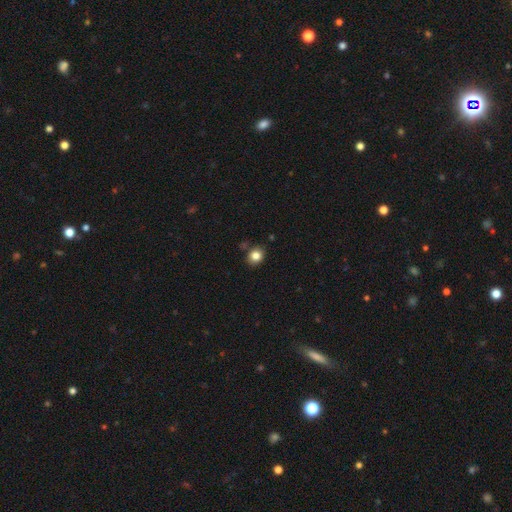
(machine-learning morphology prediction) Smooth or featured? smooth (83%)
How rounded? round (63%)
Merging? none (81%)